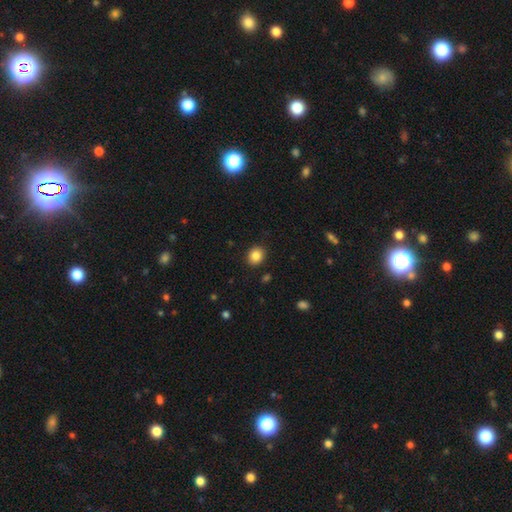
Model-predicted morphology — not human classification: The model was most divided on "how rounded": round: 66%, in between: 33%, cigar-shaped: 1%. More confident: merging — none (90%); smooth or featured — smooth (85%).